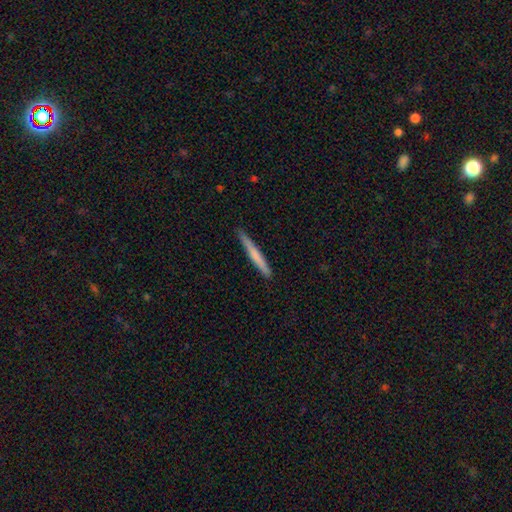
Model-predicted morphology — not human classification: The model was most divided on "smooth or featured": smooth: 63%, featured or disk: 31%, star or artifact: 5%. More confident: how rounded — cigar-shaped (97%); merging — none (89%).